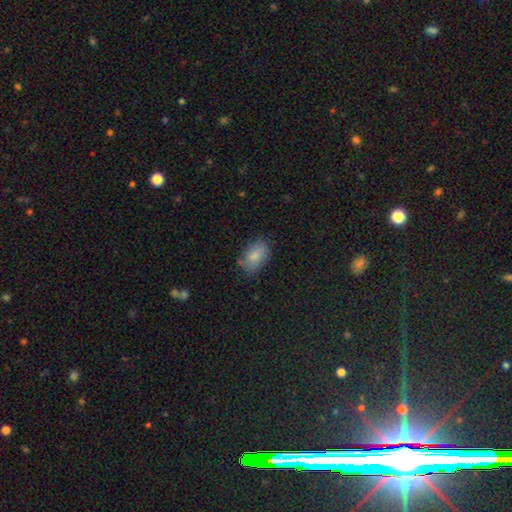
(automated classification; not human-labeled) Overall: smooth (84%). How rounded: in between (89%). Merging: none (73%).